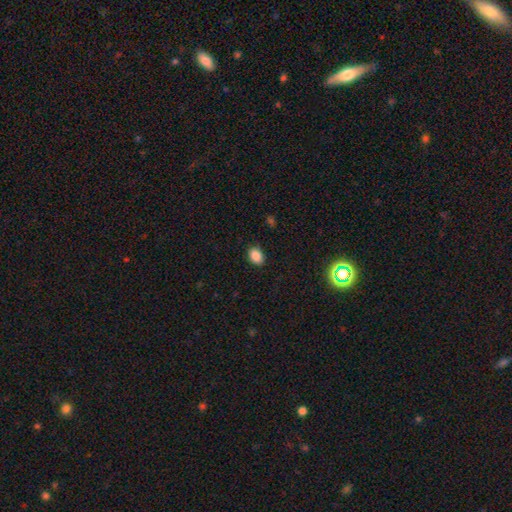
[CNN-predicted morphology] smooth_or_featured: smooth (p=0.87) [alt: star or artifact p=0.09]
how_rounded: in between (p=0.76) [alt: round p=0.23]
merging: none (p=0.87) [alt: minor disturbance p=0.10]